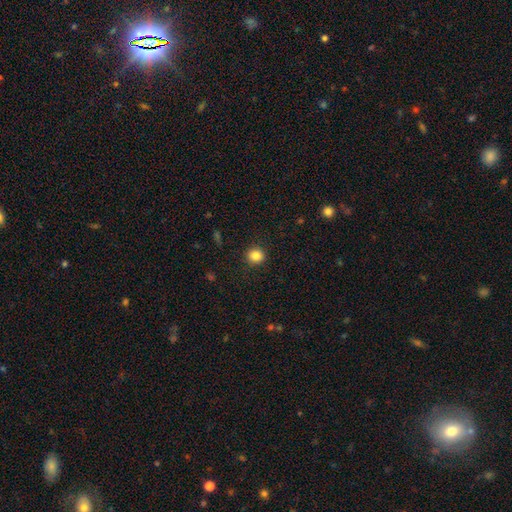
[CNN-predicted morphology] Smooth or featured? smooth (85%)
How rounded? round (88%)
Merging? none (91%)